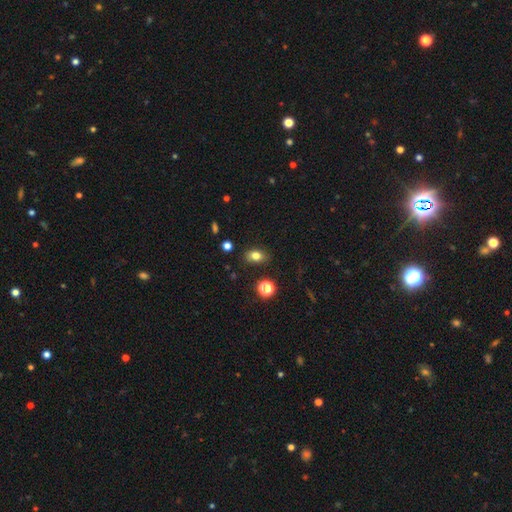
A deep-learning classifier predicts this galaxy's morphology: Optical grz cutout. It shows a smooth galaxy with no disk features (79%) that is in between round and cigar-shaped (74%). Merging: none (84%).